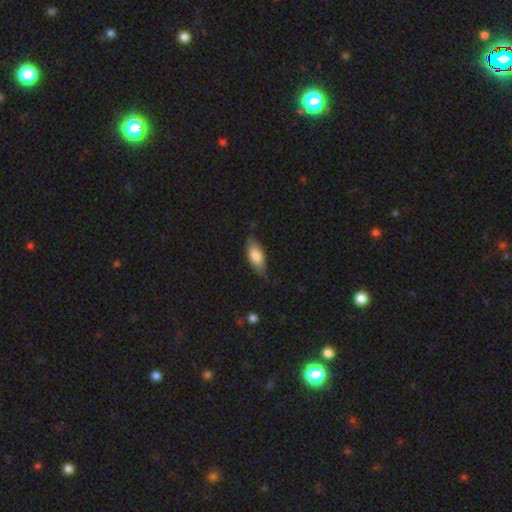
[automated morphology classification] type=smooth (77%); roundness=in between (81%); merging=none (71%).